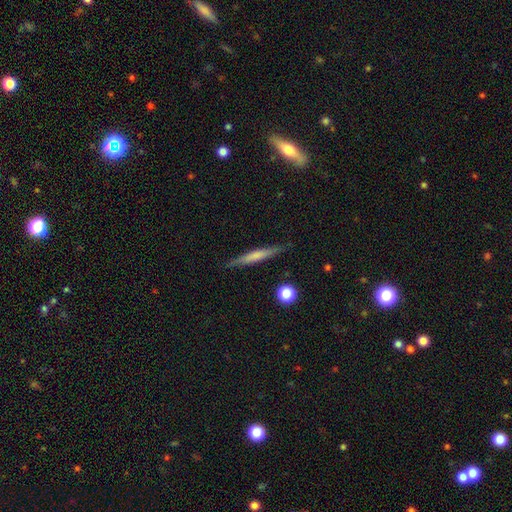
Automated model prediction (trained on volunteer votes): Overall: smooth (52%; featured or disk 42%). How rounded: cigar-shaped (94%). Merging: none (86%).